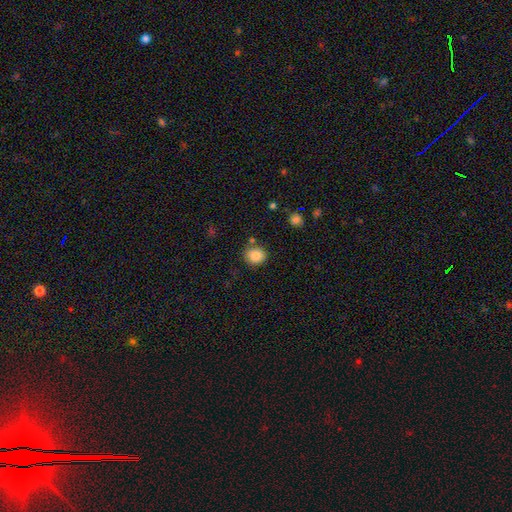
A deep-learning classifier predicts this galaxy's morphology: Smooth or featured: smooth — 86% (star or artifact — 9%)
How rounded: round — 77% (in between — 22%)
Merging: none — 77% (minor disturbance — 13%)